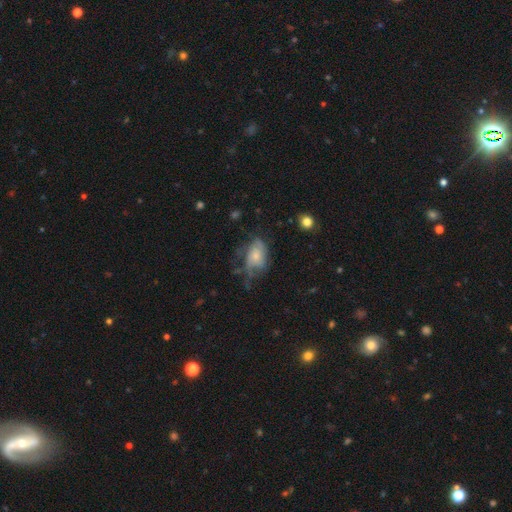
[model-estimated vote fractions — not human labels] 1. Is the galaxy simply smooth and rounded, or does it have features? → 49% smooth, 42% featured or disk, 9% star or artifact.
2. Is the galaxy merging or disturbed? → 34% major disturbance, 31% none, 31% minor disturbance, 4% merger.